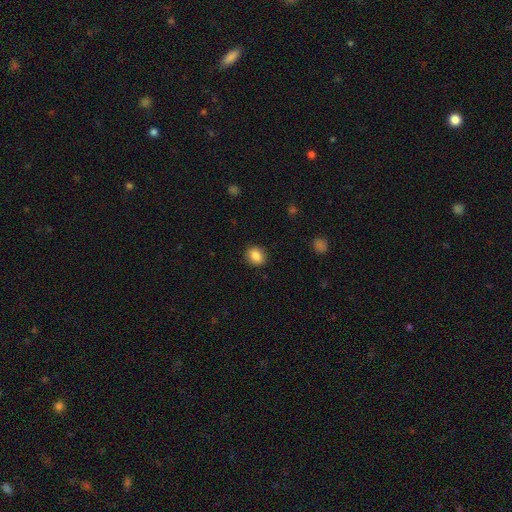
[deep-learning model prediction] smooth 85%, star or artifact 9%, featured or disk 5%. Down the decision tree: how rounded — round (67%); merging — none (90%).